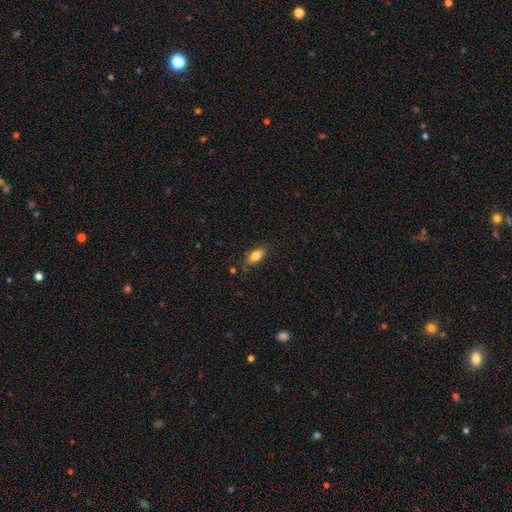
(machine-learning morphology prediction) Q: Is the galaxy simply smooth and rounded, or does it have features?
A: smooth — 82%.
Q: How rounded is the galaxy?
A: in between — 87%.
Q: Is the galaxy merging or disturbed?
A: none — 76%.